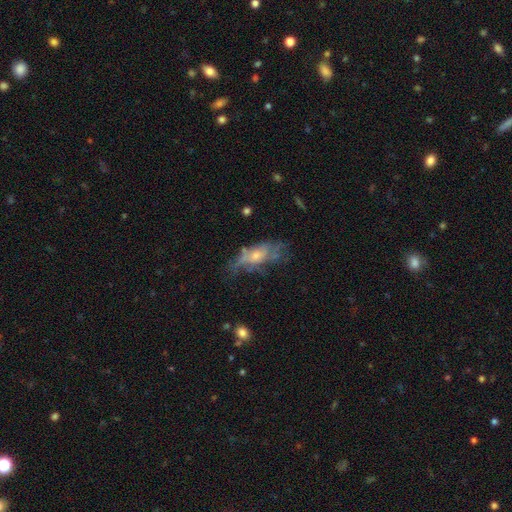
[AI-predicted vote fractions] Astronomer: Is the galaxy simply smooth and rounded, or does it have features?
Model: featured or disk — 57% (runner-up: smooth, 34%).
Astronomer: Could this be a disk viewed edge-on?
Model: no — 85%.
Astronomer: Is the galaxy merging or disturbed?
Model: none — 40% (runner-up: major disturbance, 28%).